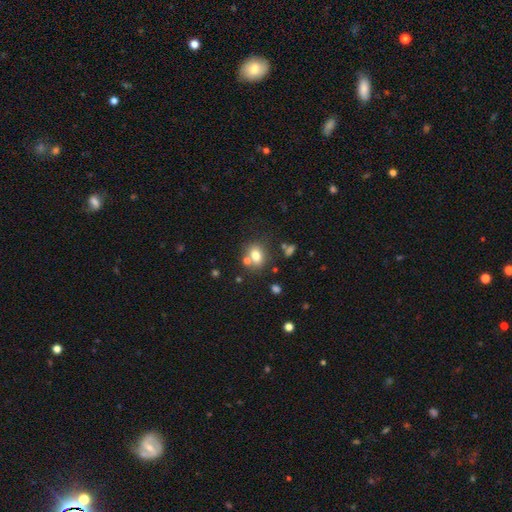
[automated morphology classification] smooth 76%, featured or disk 13%, star or artifact 12%. Down the decision tree: how rounded — in between (57%); merging — none (61%).